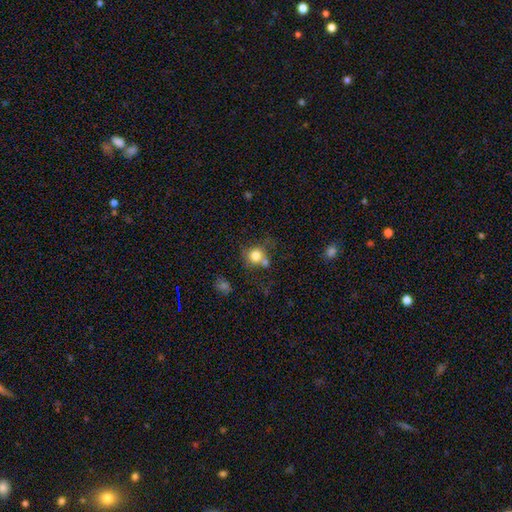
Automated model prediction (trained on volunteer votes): A smooth galaxy with no disk features (78%) that is round (86%). Merging: none (53%).